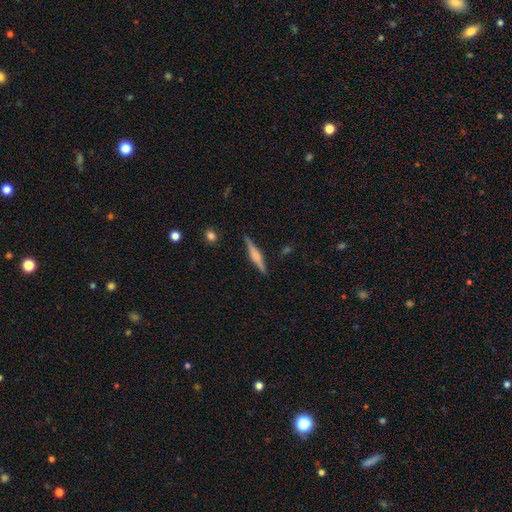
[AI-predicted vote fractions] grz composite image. It shows a featured or disk galaxy (61%) viewed edge-on (98%) with a rounded central bulge (64%). Merging: none (89%).